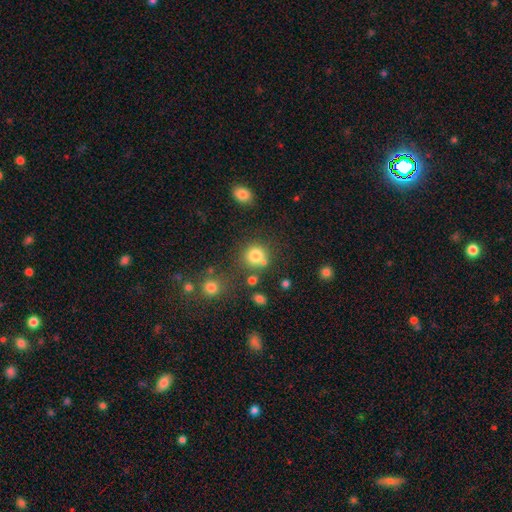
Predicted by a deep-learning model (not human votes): Q: Smooth or featured?
A: smooth (79%); runner-up: star or artifact (13%)
Q: How rounded?
A: round (89%); runner-up: in between (10%)
Q: Merging?
A: none (68%); runner-up: merger (16%)